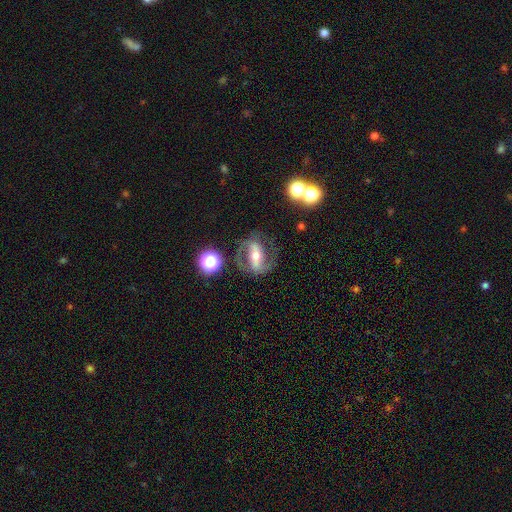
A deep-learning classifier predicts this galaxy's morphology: type=featured or disk (81%); edge-on=no (94%); bar=strong (64%); spiral arms=yes (89%); winding=medium (52%); arm count=2 (88%); bulge=moderate (59%); merging=none (75%).